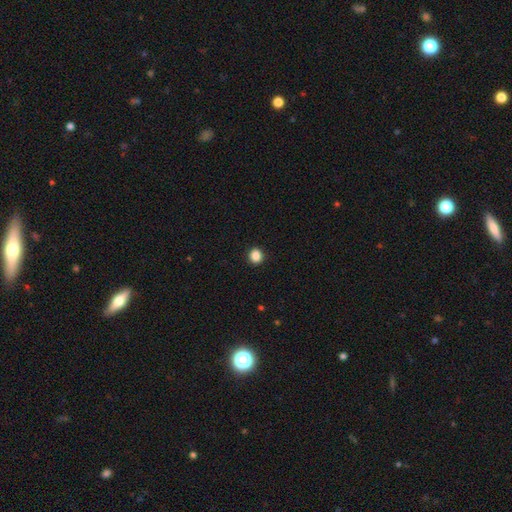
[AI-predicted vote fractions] Overall: smooth (87%). How rounded: round (84%). Merging: none (92%).